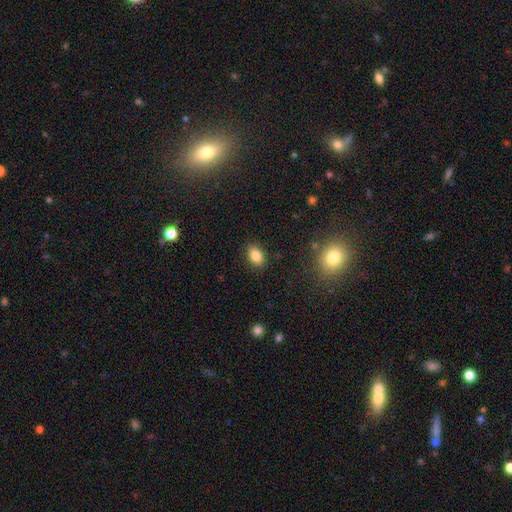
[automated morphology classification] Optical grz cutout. It shows a smooth galaxy with no disk features (83%) that is in between round and cigar-shaped (80%). Merging: none (86%).